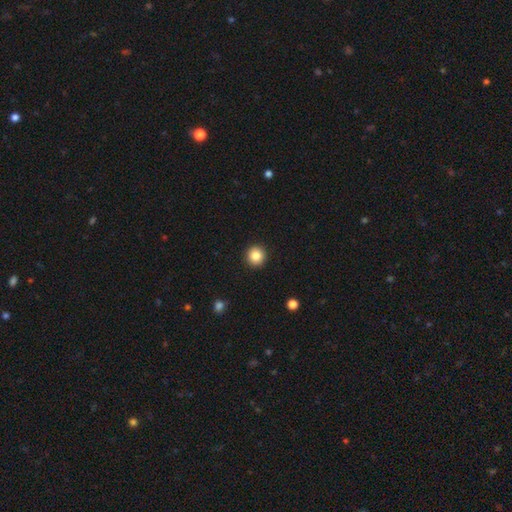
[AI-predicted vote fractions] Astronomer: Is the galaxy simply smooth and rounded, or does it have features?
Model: smooth — 85%.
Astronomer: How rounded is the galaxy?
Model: round — 95%.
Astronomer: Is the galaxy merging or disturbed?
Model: none — 93%.